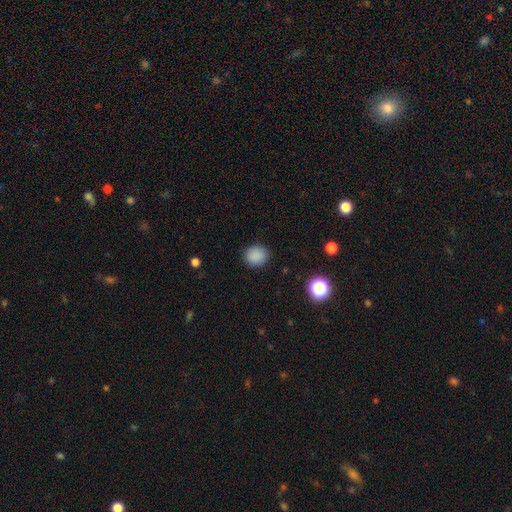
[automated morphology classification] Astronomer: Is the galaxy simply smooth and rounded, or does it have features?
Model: smooth — 87%.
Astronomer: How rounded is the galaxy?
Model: round — 82%.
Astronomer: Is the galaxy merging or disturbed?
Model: none — 89%.